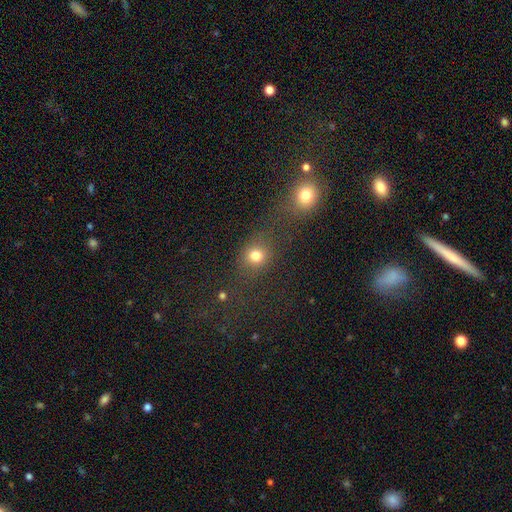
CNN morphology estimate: type=smooth (76%); roundness=round (76%); merging=none (62%).